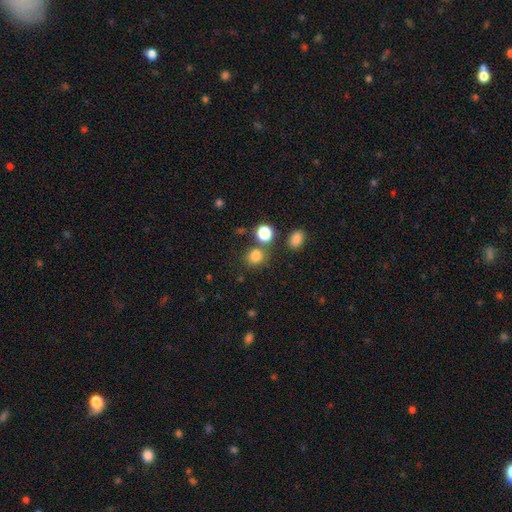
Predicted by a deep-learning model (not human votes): A smooth galaxy with no disk features (81%) that is round (80%).

Vote fractions:
- Smooth or featured? smooth: 81% / star or artifact: 14% / featured or disk: 5%
- How rounded? round: 80% / in between: 19% / cigar-shaped: 1%
- Merging? none: 74% / merger: 13% / minor disturbance: 10% / major disturbance: 4%